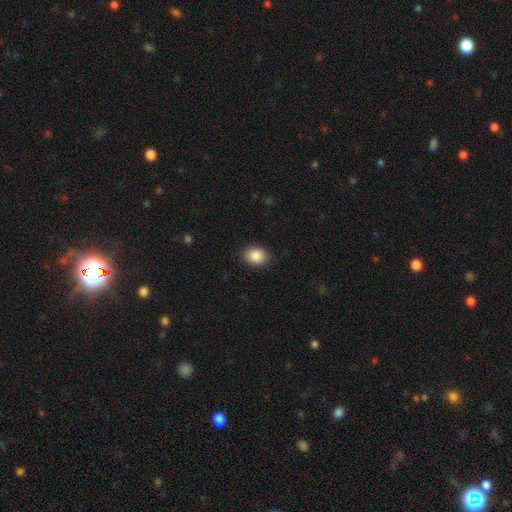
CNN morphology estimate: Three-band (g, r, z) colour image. It shows a smooth galaxy with no disk features (88%) that is in between round and cigar-shaped (61%). Merging: none (89%).